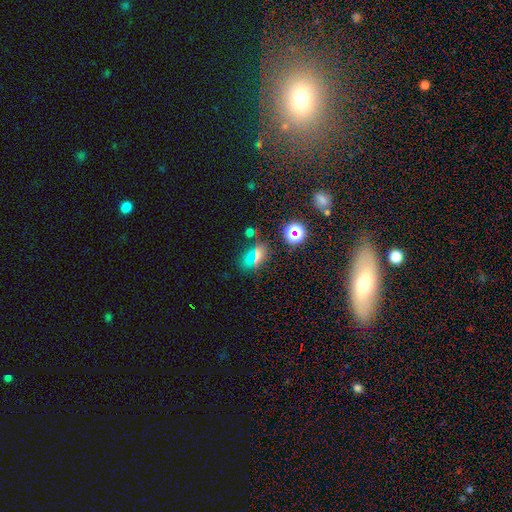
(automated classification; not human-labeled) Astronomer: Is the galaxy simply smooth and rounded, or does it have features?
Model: smooth — 56% (runner-up: star or artifact, 34%).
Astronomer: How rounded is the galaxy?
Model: in between — 73%.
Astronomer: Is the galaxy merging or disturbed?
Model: none — 77%.